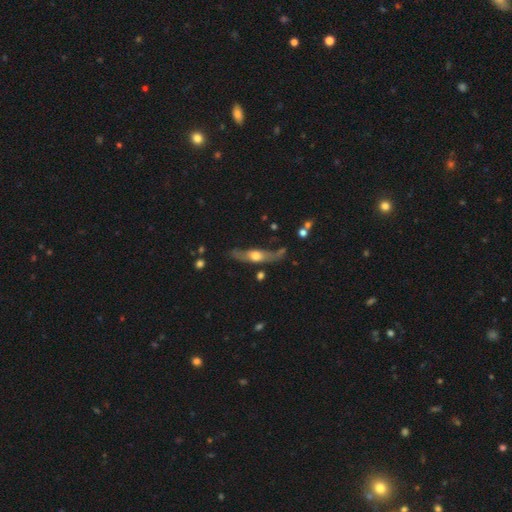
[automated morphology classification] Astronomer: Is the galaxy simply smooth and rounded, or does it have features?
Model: featured or disk — 59% (runner-up: smooth, 35%).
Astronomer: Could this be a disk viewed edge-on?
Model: yes — 73%.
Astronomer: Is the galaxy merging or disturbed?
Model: none — 64%.